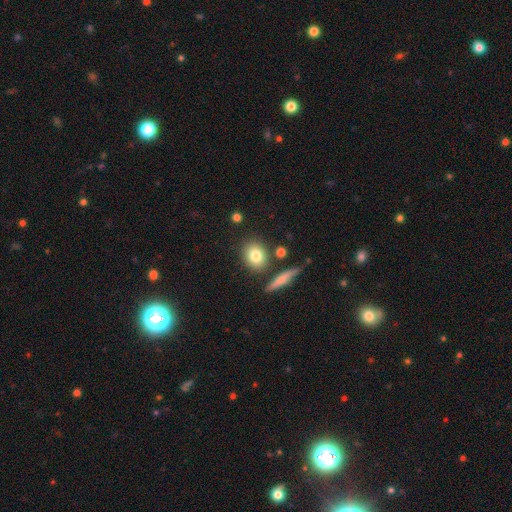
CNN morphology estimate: This is likely a smooth galaxy (79%). How rounded: possibly round (57%). Merging: likely none (79%).